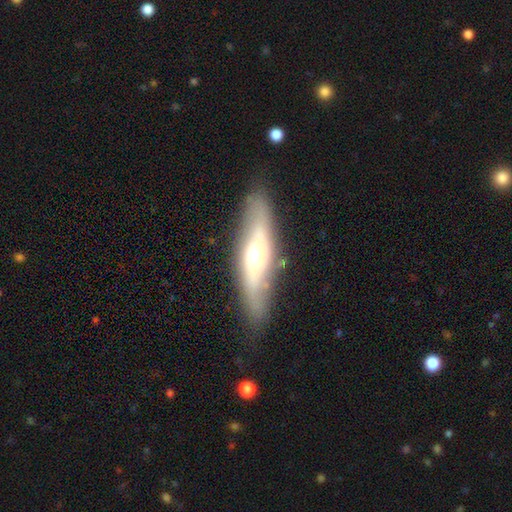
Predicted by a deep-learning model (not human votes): Smooth or featured: featured or disk — 54% (smooth — 40%)
Edge-on disk: yes — 54% (no — 46%)
Merging: none — 81% (minor disturbance — 13%)